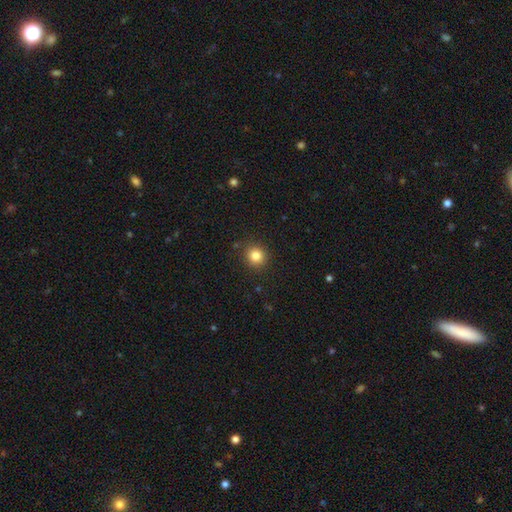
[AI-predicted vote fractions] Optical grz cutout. It shows a smooth galaxy with no disk features (83%) that is round (89%). Merging: none (89%).